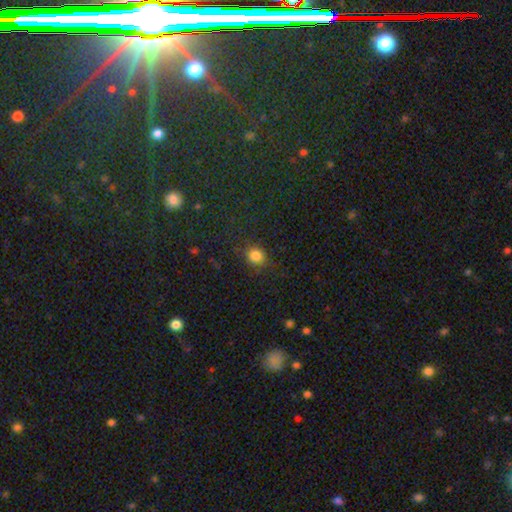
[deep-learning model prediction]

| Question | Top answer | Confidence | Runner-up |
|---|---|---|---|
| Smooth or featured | smooth | 81% | star or artifact (14%) |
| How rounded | round | 77% | in between (22%) |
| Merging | none | 82% | minor disturbance (12%) |